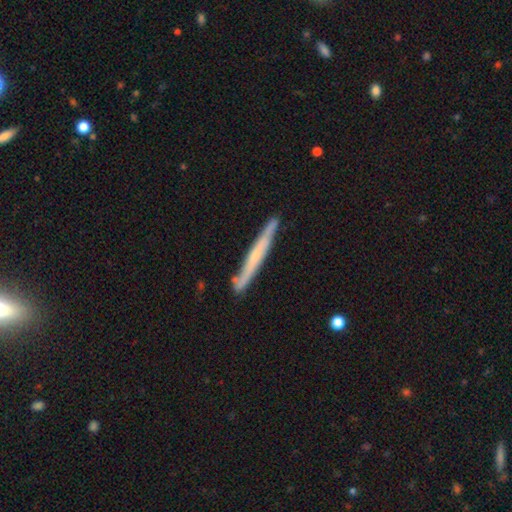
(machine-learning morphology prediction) smooth_or_featured: featured or disk (p=0.60) [alt: smooth p=0.35]
disk_edge_on: yes (p=0.92) [alt: no p=0.08]
edge_on_bulge: none (p=0.60) [alt: rounded p=0.32]
merging: none (p=0.83) [alt: minor disturbance p=0.13]